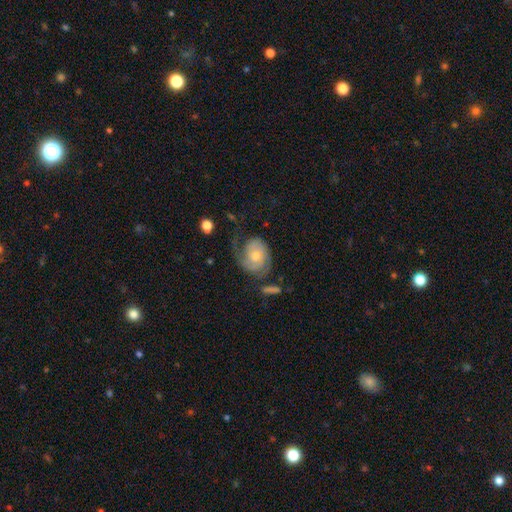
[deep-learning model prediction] Morphology: type=featured or disk (62%); edge-on=no (97%); bar=no (79%); spiral arms=yes (86%); winding=tight (41%); arm count=2 (48%); bulge=moderate (55%); merging=none (44%).